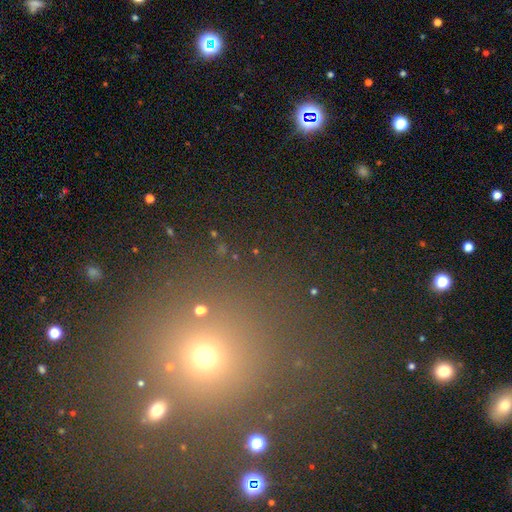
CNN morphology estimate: Smooth or featured: star or artifact — 50% (smooth — 42%)